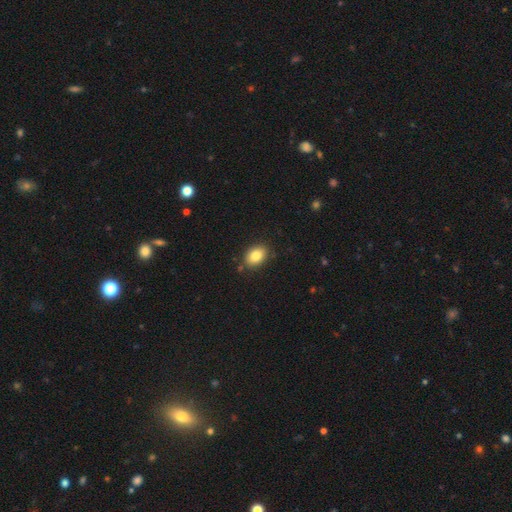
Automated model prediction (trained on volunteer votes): smooth_or_featured: smooth (p=0.84) [alt: star or artifact p=0.09]
how_rounded: in between (p=0.80) [alt: round p=0.19]
merging: none (p=0.84) [alt: minor disturbance p=0.11]